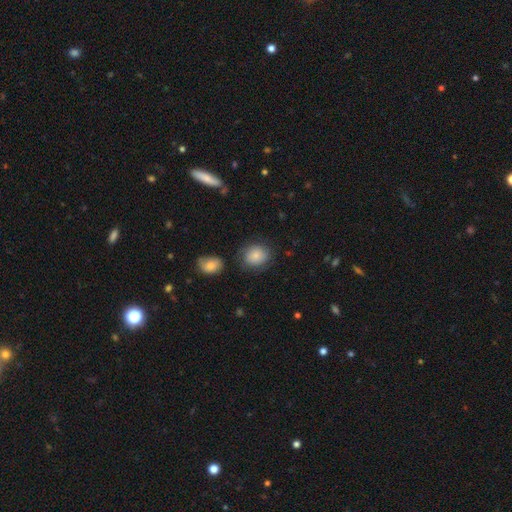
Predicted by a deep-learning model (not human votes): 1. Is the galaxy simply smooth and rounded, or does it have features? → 80% smooth, 12% featured or disk, 8% star or artifact.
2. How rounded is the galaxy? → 64% round, 35% in between, 1% cigar-shaped.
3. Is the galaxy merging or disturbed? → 70% none, 18% minor disturbance, 6% merger, 6% major disturbance.